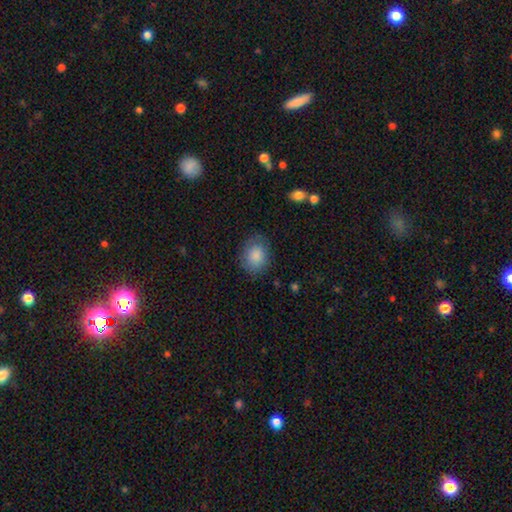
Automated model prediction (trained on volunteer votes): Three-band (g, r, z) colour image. It shows a smooth galaxy with no disk features (85%) that is round (53%). Merging: none (79%).